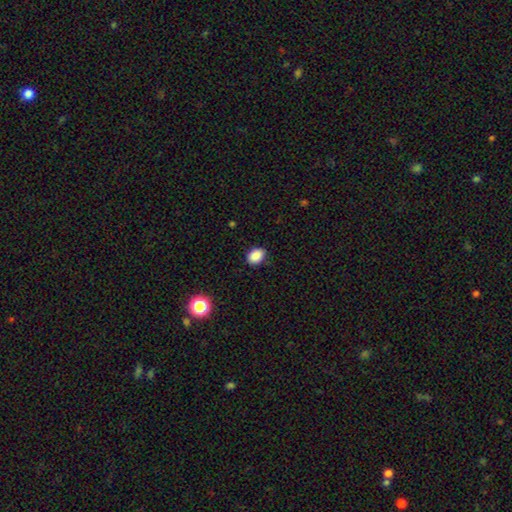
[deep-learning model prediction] The model was most divided on "how rounded": in between: 68%, round: 31%, cigar-shaped: 1%. More confident: smooth or featured — smooth (88%); merging — none (84%).